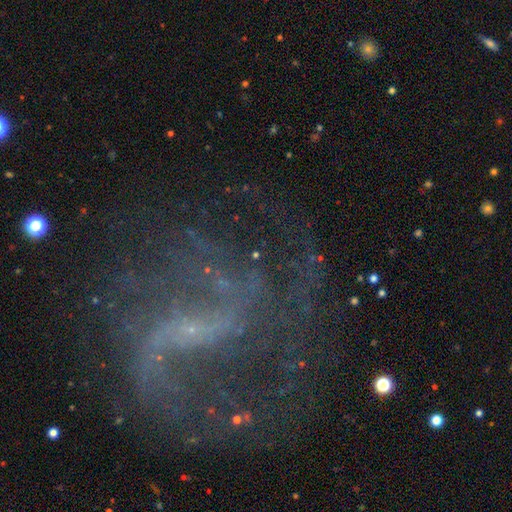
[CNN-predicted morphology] This appears to be a featured or disk galaxy (45%). Merging: none (62%).